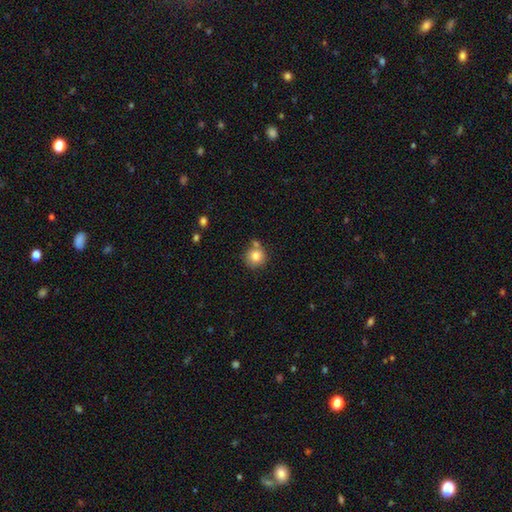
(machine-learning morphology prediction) This is clearly a smooth galaxy (82%). How rounded: clearly round (91%). Merging: likely none (65%).